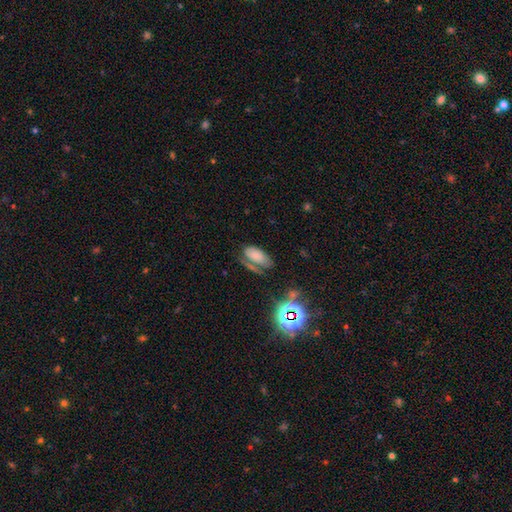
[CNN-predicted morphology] Overall: smooth (64%). How rounded: in between (91%). Merging: none (48%; minor disturbance 22%).